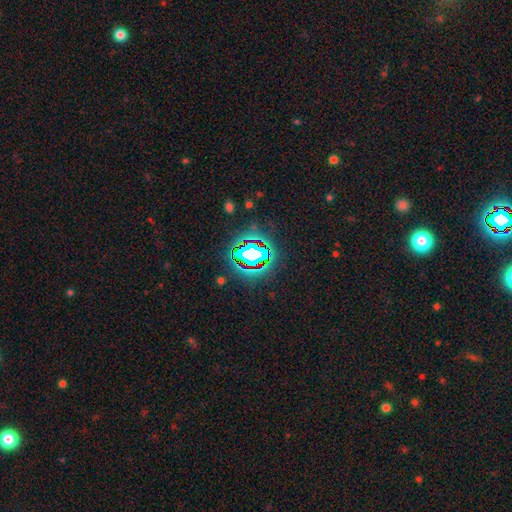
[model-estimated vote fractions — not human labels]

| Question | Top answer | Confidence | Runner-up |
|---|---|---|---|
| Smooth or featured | star or artifact | 77% | smooth (13%) |